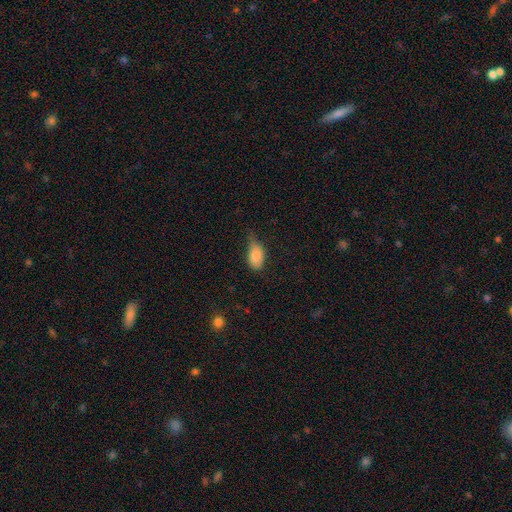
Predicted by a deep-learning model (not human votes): Morphology: type=smooth (85%); roundness=in between (91%); merging=minor disturbance (47%).